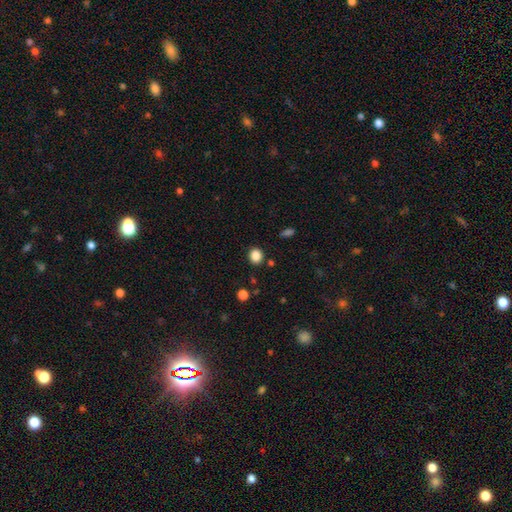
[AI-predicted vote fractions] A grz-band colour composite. It shows a smooth galaxy with no disk features (86%) that is round (74%). Merging: none (87%).